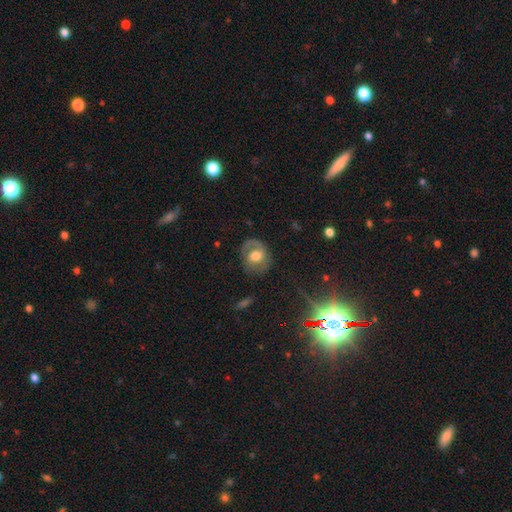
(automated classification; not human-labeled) Morphology: type=featured or disk (55%); edge-on=no (96%); bar=no (61%); spiral arms=yes (71%); bulge=moderate (62%); merging=none (66%).